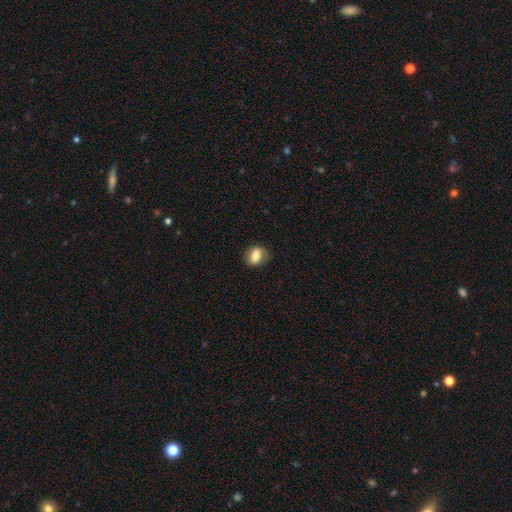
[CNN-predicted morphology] Smooth or featured? Predicted: smooth (p=0.76). How rounded? Predicted: in between (p=0.67). Merging? Predicted: none (p=0.79).